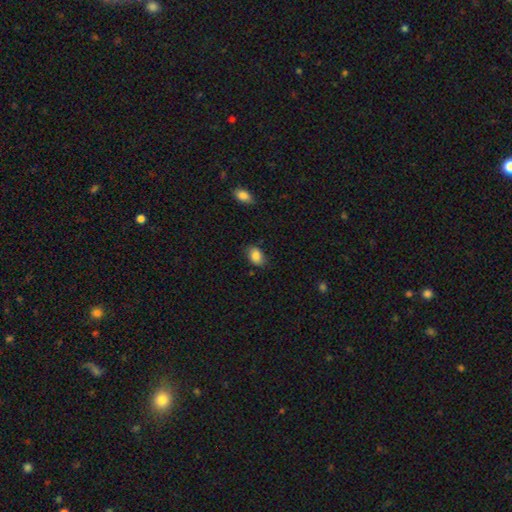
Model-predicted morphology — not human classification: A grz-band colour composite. It shows a smooth galaxy with no disk features (86%) that is in between round and cigar-shaped (80%). Merging: none (77%).